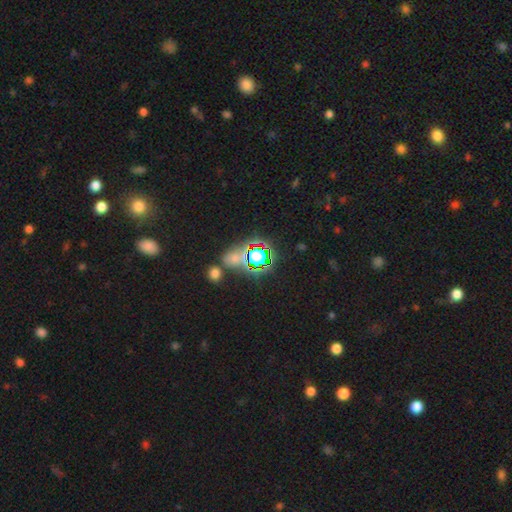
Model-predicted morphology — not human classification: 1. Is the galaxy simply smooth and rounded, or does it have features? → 64% star or artifact, 25% smooth, 11% featured or disk.